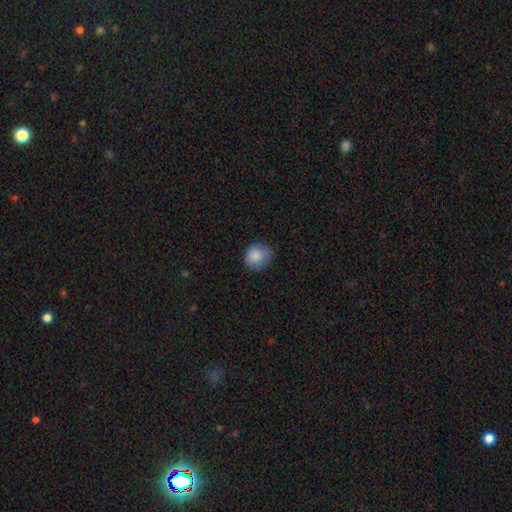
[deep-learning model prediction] Q: Smooth or featured?
A: smooth (86%); runner-up: star or artifact (8%)
Q: How rounded?
A: round (77%); runner-up: in between (22%)
Q: Merging?
A: none (71%); runner-up: minor disturbance (23%)